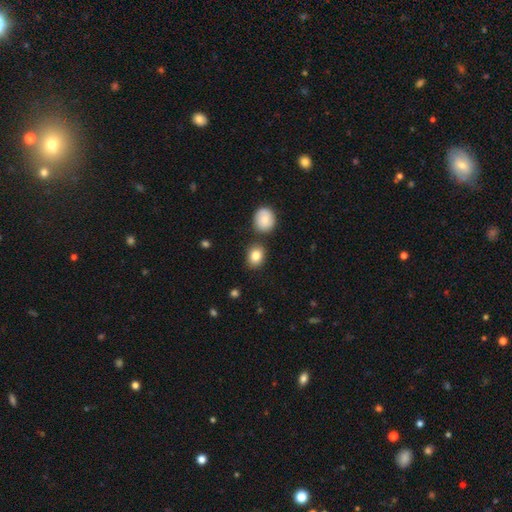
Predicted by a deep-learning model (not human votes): A smooth galaxy with no disk features (83%) that is in between round and cigar-shaped (51%).

Vote fractions:
- Smooth or featured? smooth: 83% / star or artifact: 9% / featured or disk: 8%
- How rounded? in between: 51% / round: 48% / cigar-shaped: 1%
- Merging? none: 78% / minor disturbance: 10% / merger: 8% / major disturbance: 3%